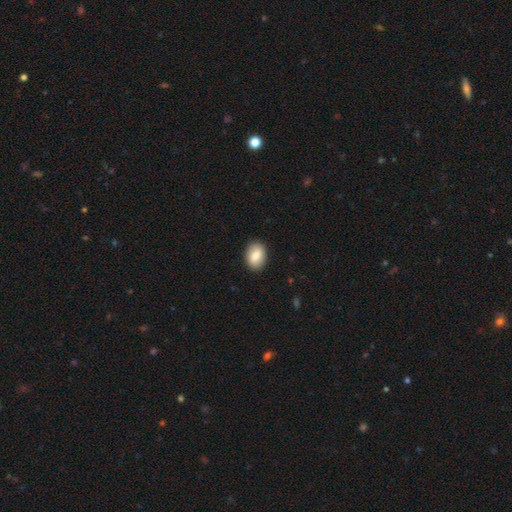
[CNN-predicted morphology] This appears to be a smooth galaxy with no disk features (83%) that is in between round and cigar-shaped (81%). Merging: none (89%).